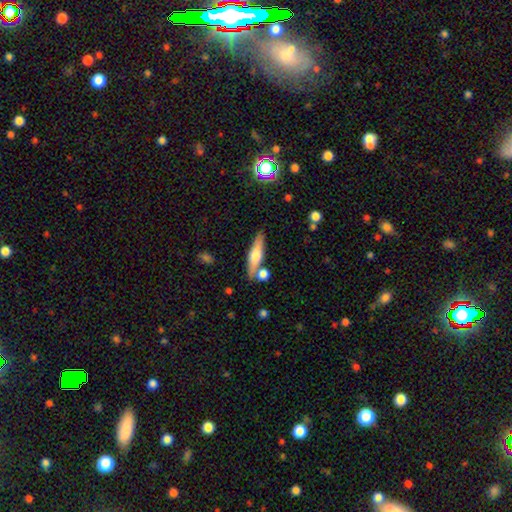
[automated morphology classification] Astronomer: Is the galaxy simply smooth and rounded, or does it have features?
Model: featured or disk — 48% (runner-up: smooth, 46%).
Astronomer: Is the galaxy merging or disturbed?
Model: none — 75%.